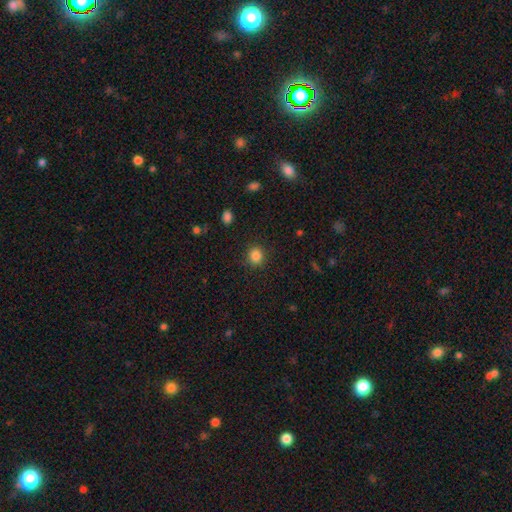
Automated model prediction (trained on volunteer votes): smooth_or_featured: smooth (p=0.85) [alt: star or artifact p=0.11]
how_rounded: round (p=0.86) [alt: in between p=0.13]
merging: none (p=0.90) [alt: minor disturbance p=0.07]